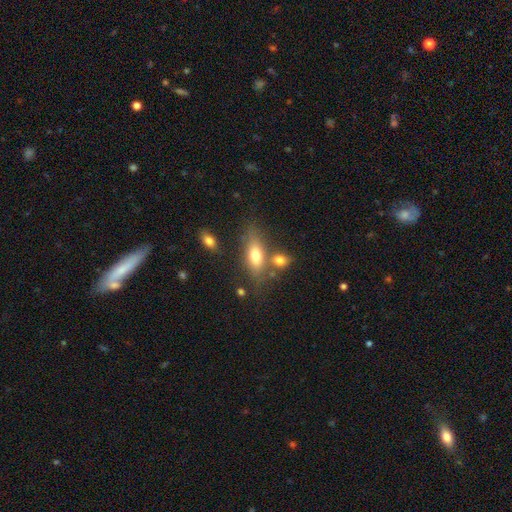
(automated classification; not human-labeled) A smooth galaxy with no disk features (70%) that is in between round and cigar-shaped (73%).

Vote fractions:
- Smooth or featured? smooth: 70% / featured or disk: 21% / star or artifact: 9%
- How rounded? in between: 73% / cigar-shaped: 22% / round: 6%
- Merging? none: 58% / merger: 21% / minor disturbance: 15% / major disturbance: 6%